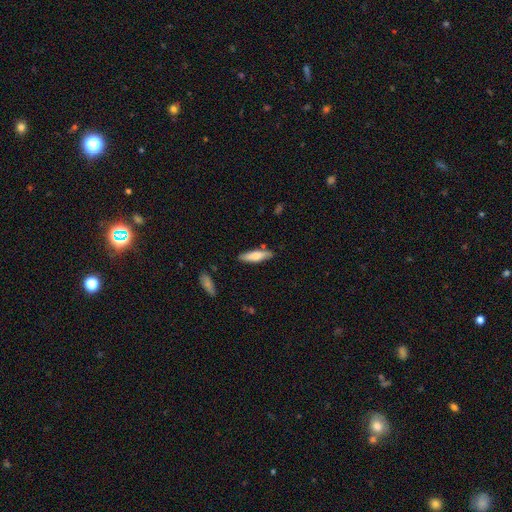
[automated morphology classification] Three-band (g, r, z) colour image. It shows a smooth galaxy with no disk features (67%) that is cigar-shaped (64%). Merging: none (83%).